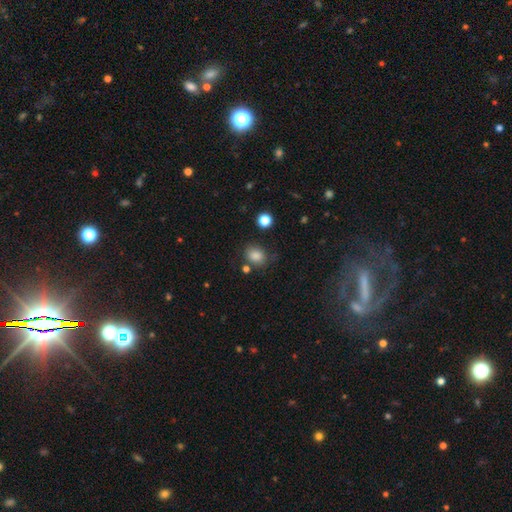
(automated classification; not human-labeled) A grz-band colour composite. It shows a smooth galaxy with no disk features (84%) that is round (50%). Merging: none (73%).